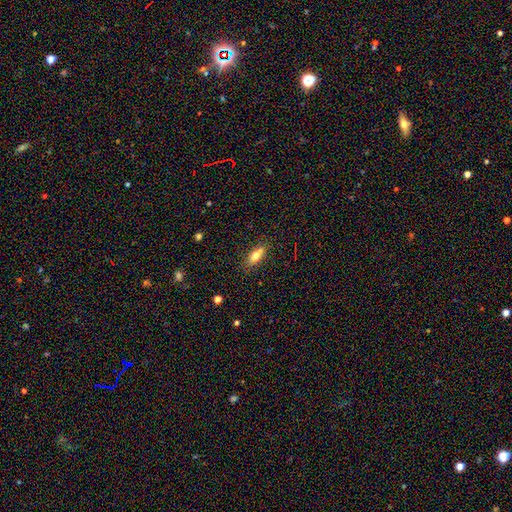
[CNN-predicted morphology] This appears to be a smooth galaxy with no disk features (71%) that is in between round and cigar-shaped (77%). Merging: none (62%).